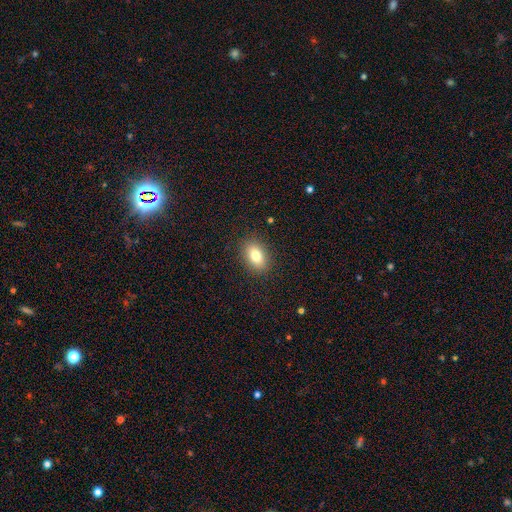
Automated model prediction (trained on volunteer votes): Overall: smooth (80%). How rounded: in between (85%). Merging: none (88%).